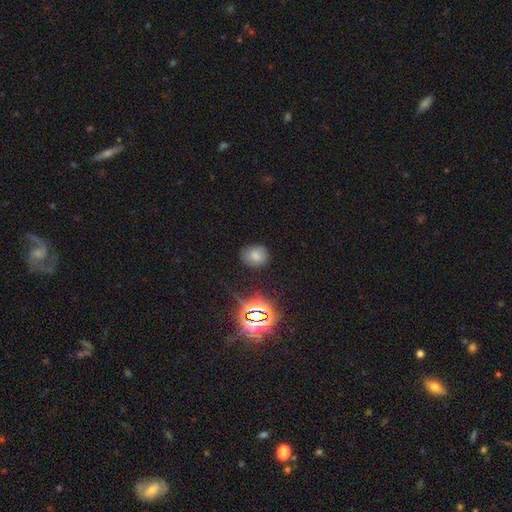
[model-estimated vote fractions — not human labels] A smooth galaxy with no disk features (70%) that is round (62%).

Vote fractions:
- Smooth or featured? smooth: 70% / star or artifact: 21% / featured or disk: 9%
- How rounded? round: 62% / in between: 37% / cigar-shaped: 1%
- Merging? none: 81% / minor disturbance: 14% / major disturbance: 3% / merger: 2%